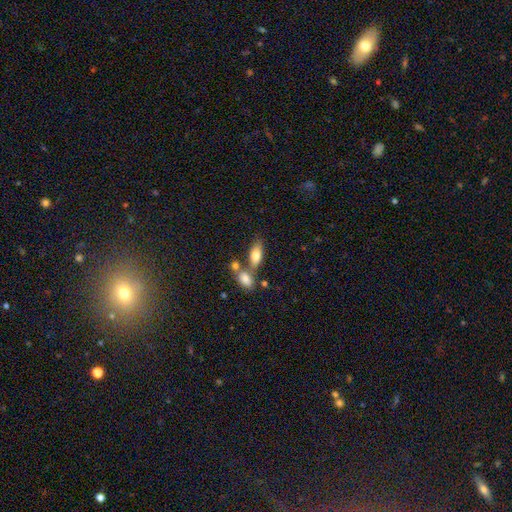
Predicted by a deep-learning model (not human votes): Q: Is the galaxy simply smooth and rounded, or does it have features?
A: smooth — 75%.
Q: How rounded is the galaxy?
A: in between — 80%.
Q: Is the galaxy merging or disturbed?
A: none — 45%.